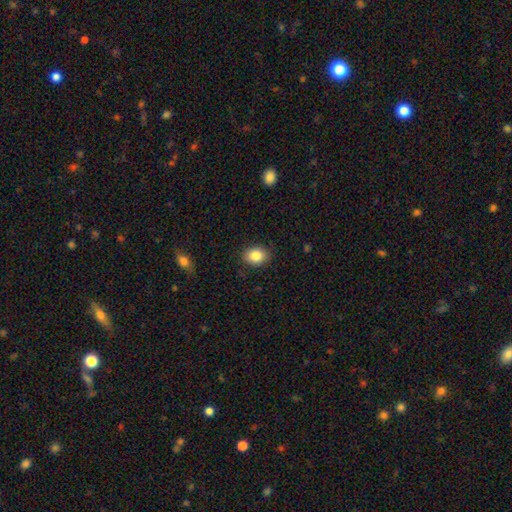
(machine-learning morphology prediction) Q: Smooth or featured?
A: smooth (85%); runner-up: star or artifact (8%)
Q: How rounded?
A: in between (63%); runner-up: round (36%)
Q: Merging?
A: none (87%); runner-up: minor disturbance (10%)